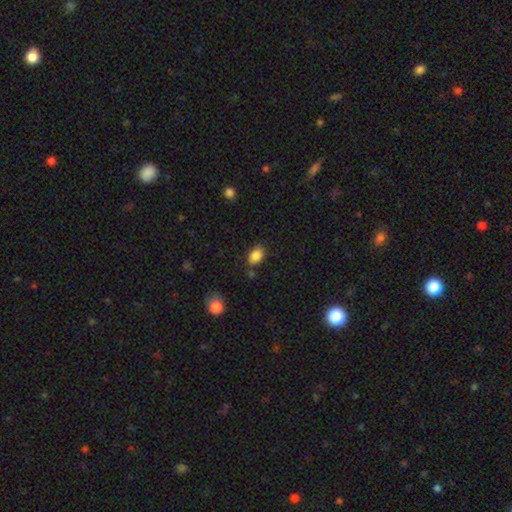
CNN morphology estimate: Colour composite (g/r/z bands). It shows a smooth galaxy with no disk features (86%) that is in between round and cigar-shaped (76%). Merging: none (77%).